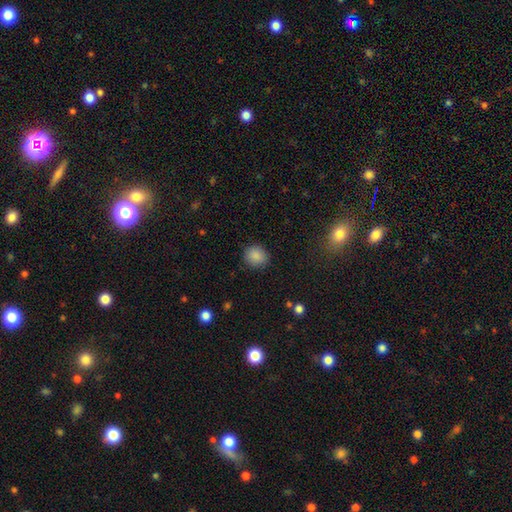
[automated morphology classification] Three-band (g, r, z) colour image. It shows a smooth galaxy with no disk features (87%) that is round (81%). Merging: none (87%).